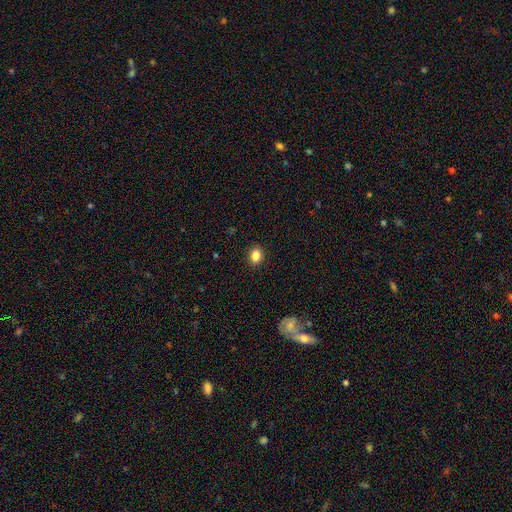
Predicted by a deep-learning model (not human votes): smooth_or_featured: smooth (p=0.86) [alt: star or artifact p=0.10]
how_rounded: in between (p=0.57) [alt: round p=0.42]
merging: none (p=0.90) [alt: minor disturbance p=0.07]